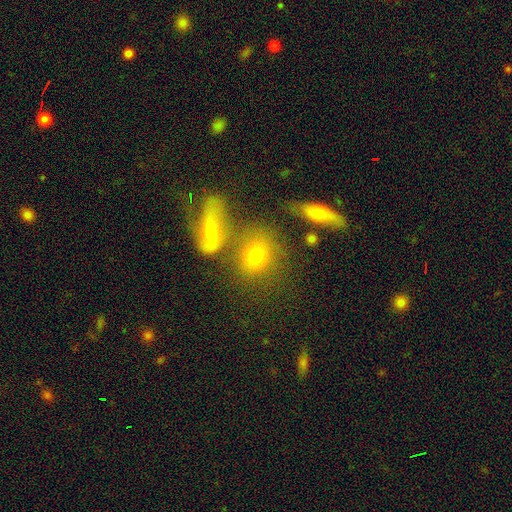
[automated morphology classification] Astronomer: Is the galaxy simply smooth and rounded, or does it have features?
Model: smooth — 71%.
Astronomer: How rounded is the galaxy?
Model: round — 65%.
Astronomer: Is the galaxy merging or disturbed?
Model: none — 49% (runner-up: merger, 32%).